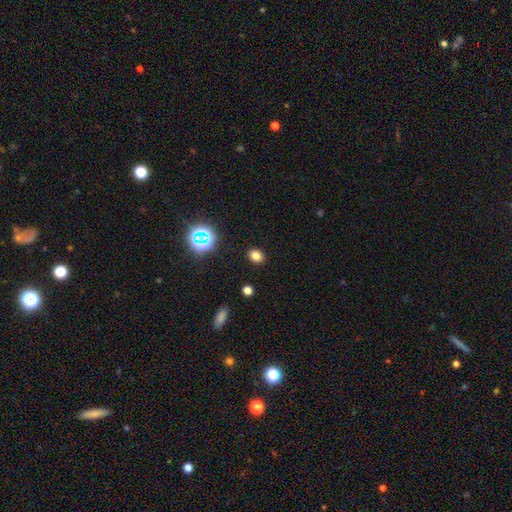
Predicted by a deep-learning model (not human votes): smooth-or-featured: smooth: 76% | star or artifact: 18% | featured or disk: 6%
  how-rounded: in between: 57% | round: 41% | cigar-shaped: 1%
  merging: none: 89% | minor disturbance: 8% | major disturbance: 2% | merger: 1%